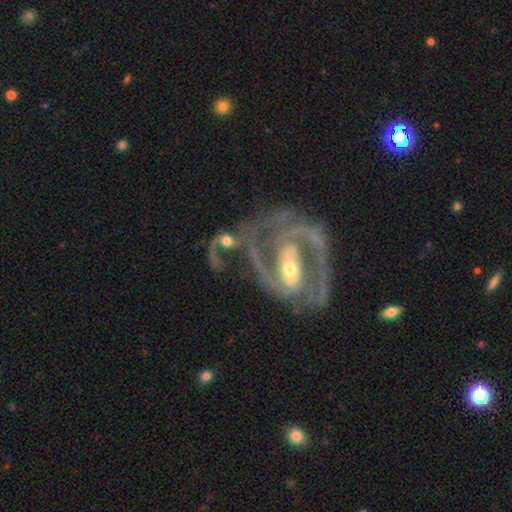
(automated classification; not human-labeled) This appears to be a featured or disk galaxy (88%) with a strong bar (50%), 2 (68%) medium (43%, tied with tight) spiral arms (87%) and a small central bulge (50%). Merging: none (47%).